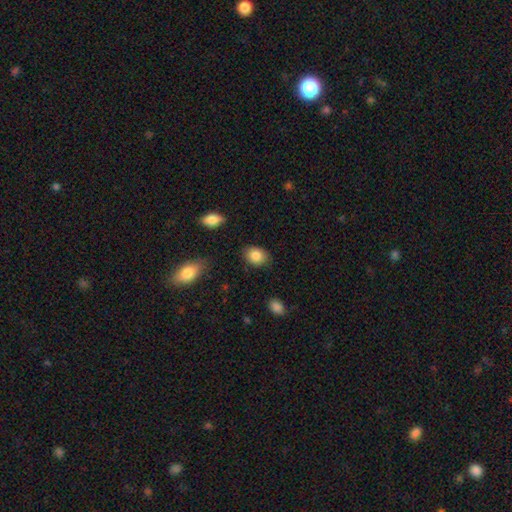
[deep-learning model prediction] smooth 86%, star or artifact 8%, featured or disk 6%. Down the decision tree: how rounded — in between (63%); merging — none (84%).